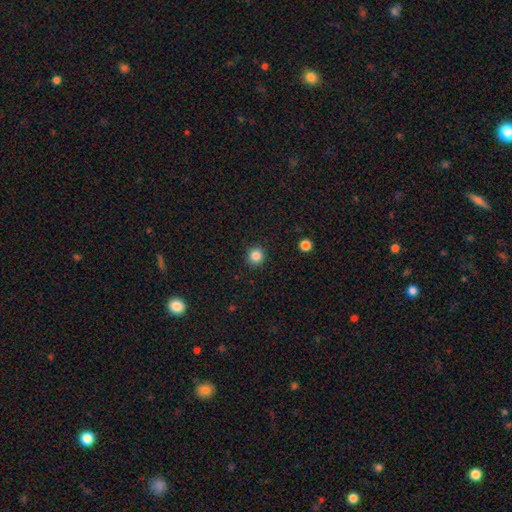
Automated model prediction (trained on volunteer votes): smooth-or-featured: smooth: 85% | star or artifact: 11% | featured or disk: 4%
  how-rounded: round: 93% | in between: 6% | cigar-shaped: 1%
  merging: none: 91% | minor disturbance: 6% | major disturbance: 2% | merger: 1%